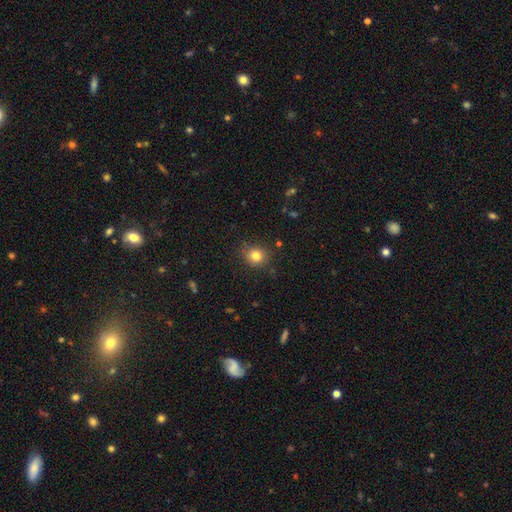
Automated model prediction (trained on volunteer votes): Smooth or featured? smooth (81%)
How rounded? round (81%)
Merging? none (86%)